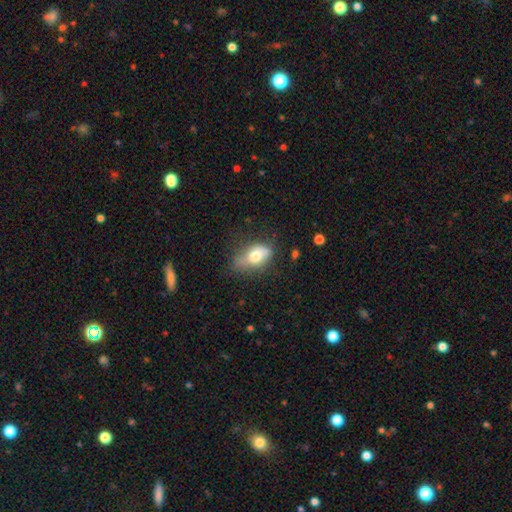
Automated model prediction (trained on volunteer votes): A smooth galaxy with no disk features (66%) that is in between round and cigar-shaped (85%).

Vote fractions:
- Smooth or featured? smooth: 66% / featured or disk: 25% / star or artifact: 9%
- How rounded? in between: 85% / round: 10% / cigar-shaped: 5%
- Merging? none: 39% / minor disturbance: 35% / major disturbance: 20% / merger: 6%